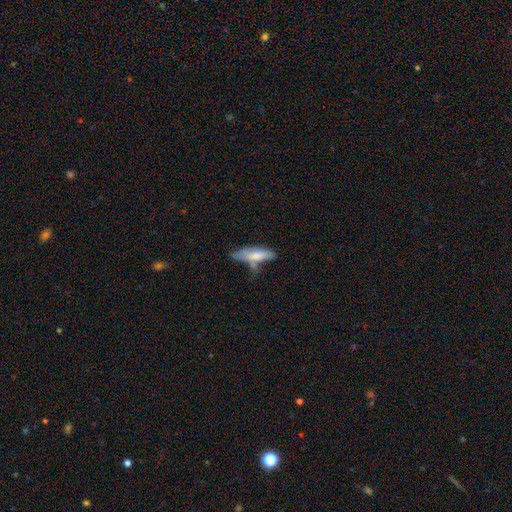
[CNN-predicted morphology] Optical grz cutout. It shows a smooth galaxy with no disk features (68%) that is cigar-shaped (56%). Merging: none (40%).